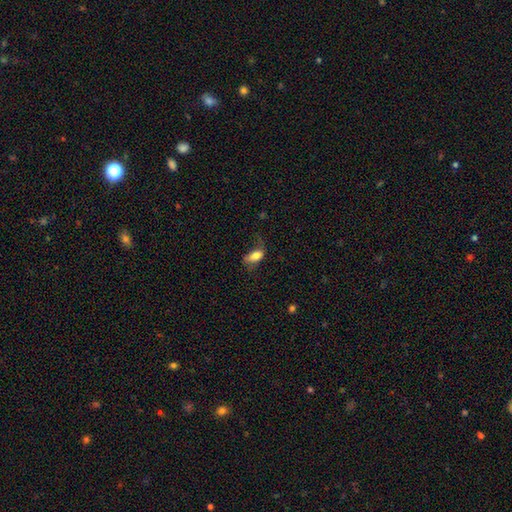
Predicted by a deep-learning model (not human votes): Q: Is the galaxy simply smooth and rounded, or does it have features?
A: smooth — 75%.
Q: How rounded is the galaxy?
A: in between — 88%.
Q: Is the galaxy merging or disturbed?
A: none — 38%.